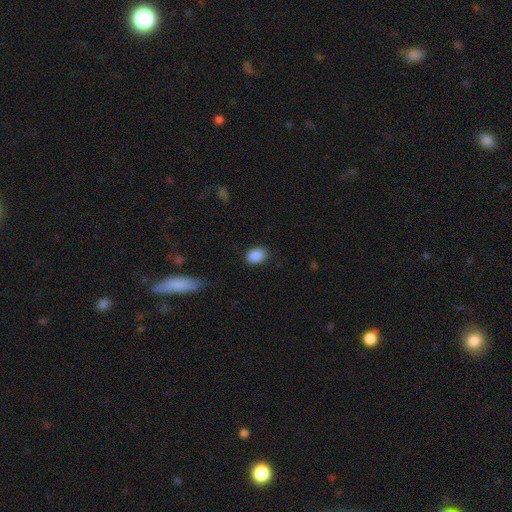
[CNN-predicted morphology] A smooth galaxy with no disk features (89%) that is in between round and cigar-shaped (77%).

Vote fractions:
- Smooth or featured? smooth: 89% / star or artifact: 8% / featured or disk: 3%
- How rounded? in between: 77% / round: 22% / cigar-shaped: 1%
- Merging? none: 86% / minor disturbance: 10% / major disturbance: 3% / merger: 1%